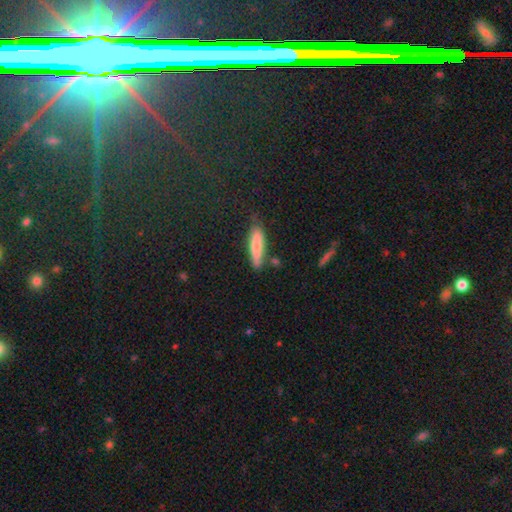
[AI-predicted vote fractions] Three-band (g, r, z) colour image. It shows a smooth galaxy with no disk features (50%). Merging: none (78%).